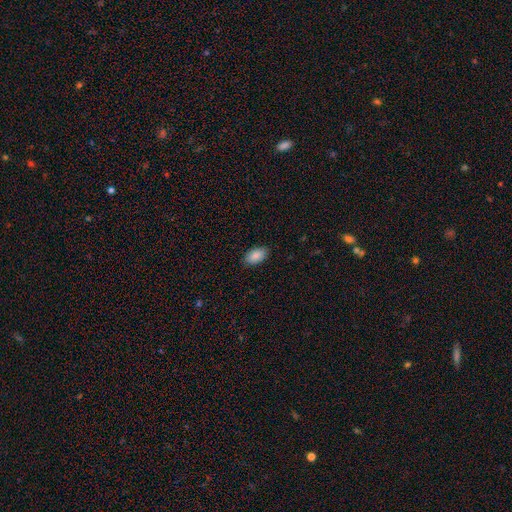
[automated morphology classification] This appears to be a smooth galaxy with no disk features (89%) that is in between round and cigar-shaped (94%). Merging: none (87%).